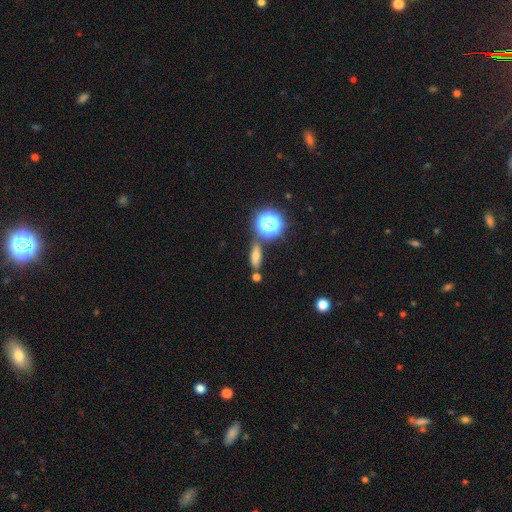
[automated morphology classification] Smooth or featured?
  - smooth: 60% *
  - star or artifact: 22%
  - featured or disk: 18%
How rounded?
  - in between: 53% *
  - cigar-shaped: 28%
  - round: 19%
Merging?
  - none: 74% *
  - minor disturbance: 12%
  - merger: 10%
  - major disturbance: 4%